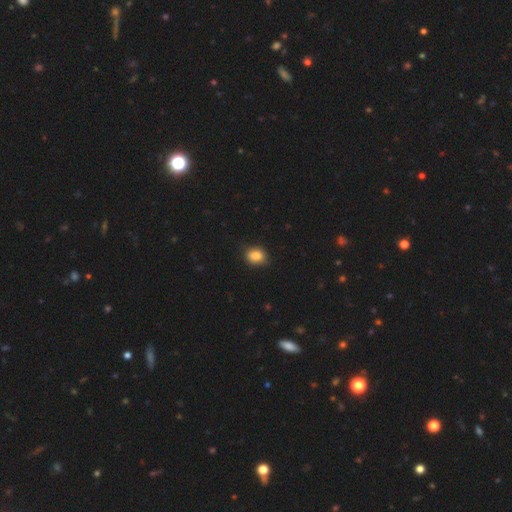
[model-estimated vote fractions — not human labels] Q: Smooth or featured?
A: smooth (84%); runner-up: star or artifact (10%)
Q: How rounded?
A: in between (55%); runner-up: round (44%)
Q: Merging?
A: none (82%); runner-up: minor disturbance (15%)